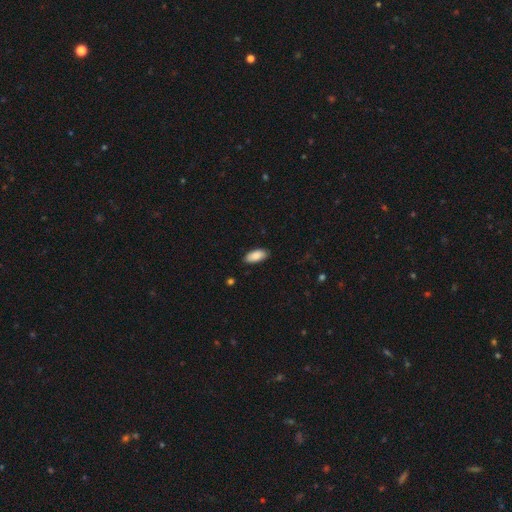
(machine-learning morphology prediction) Q: Smooth or featured?
A: smooth (88%); runner-up: star or artifact (6%)
Q: How rounded?
A: in between (92%); runner-up: cigar-shaped (6%)
Q: Merging?
A: none (85%); runner-up: minor disturbance (12%)